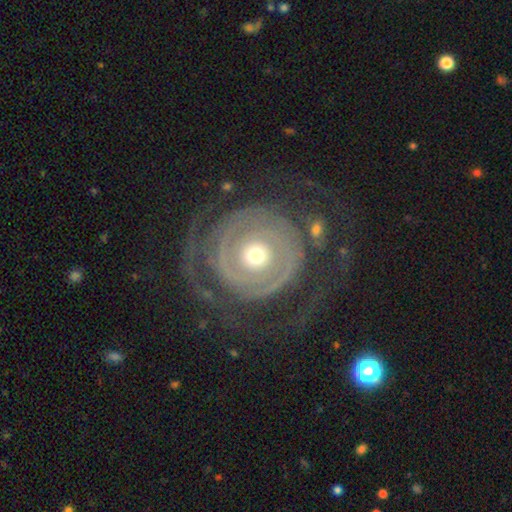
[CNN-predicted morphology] smooth-or-featured: featured or disk: 84% | smooth: 11% | star or artifact: 5%
  disk-edge-on: no: 97% | yes: 3%
    bar: no: 86% | weak: 10% | strong: 4%
    has-spiral-arms: yes: 84% | no: 16%
      spiral-winding: tight: 71% | medium: 17% | loose: 11%
      spiral-arm-count: 2: 37% | can't tell: 26% | 1: 13% | 3: 11% | 4: 7% | more than 4: 7%
    bulge-size: moderate: 56% | small: 36% | large: 6% | dominant: 2% | none: 1%
  merging: none: 58% | major disturbance: 25% | minor disturbance: 15% | merger: 3%